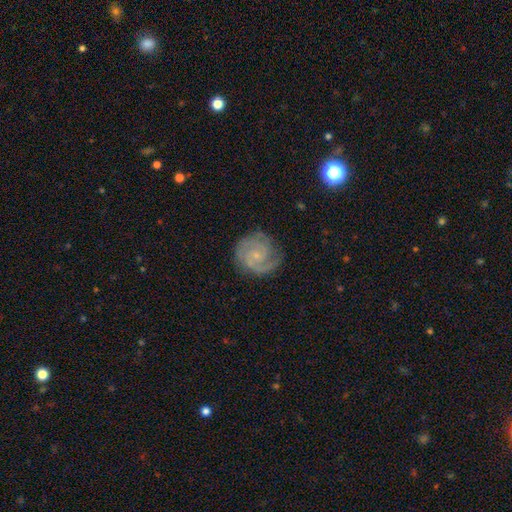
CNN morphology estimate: Q: Smooth or featured?
A: featured or disk (86%); runner-up: smooth (9%)
Q: Edge-on disk?
A: no (98%); runner-up: yes (2%)
Q: Bar?
A: no (70%); runner-up: weak (26%)
Q: Spiral arms?
A: yes (97%); runner-up: no (3%)
Q: Spiral winding?
A: tight (60%); runner-up: medium (34%)
Q: Spiral arm count?
A: 2 (58%); runner-up: 3 (20%)
Q: Bulge size?
A: small (76%); runner-up: moderate (14%)
Q: Merging?
A: none (79%); runner-up: minor disturbance (15%)